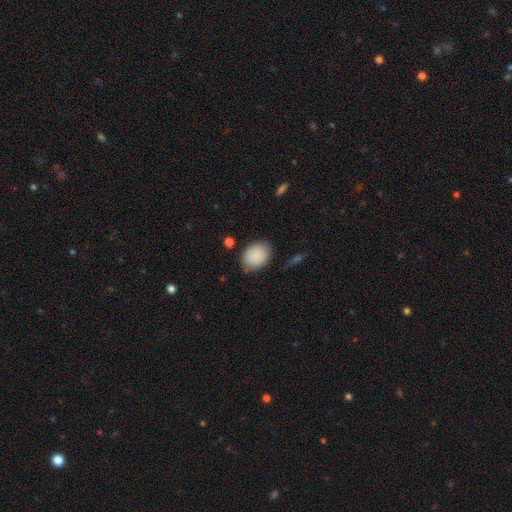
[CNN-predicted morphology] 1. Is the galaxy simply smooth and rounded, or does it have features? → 88% smooth, 7% star or artifact, 5% featured or disk.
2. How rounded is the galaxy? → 62% in between, 37% round, 1% cigar-shaped.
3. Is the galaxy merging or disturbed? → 78% none, 15% minor disturbance, 4% major disturbance, 2% merger.